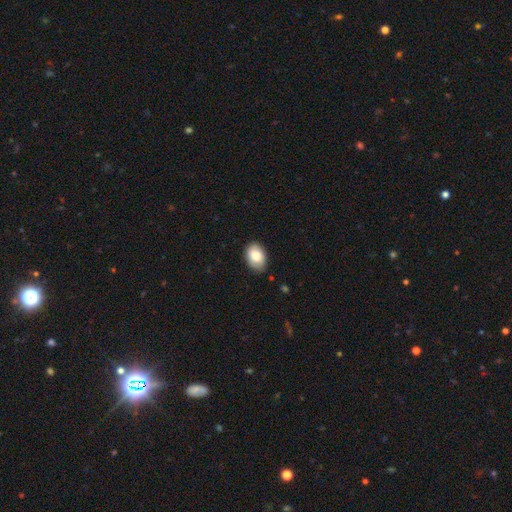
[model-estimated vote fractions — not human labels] The model was most divided on "merging": none: 82%, minor disturbance: 15%, major disturbance: 2%, merger: 1%. More confident: smooth or featured — smooth (86%); how rounded — in between (86%).